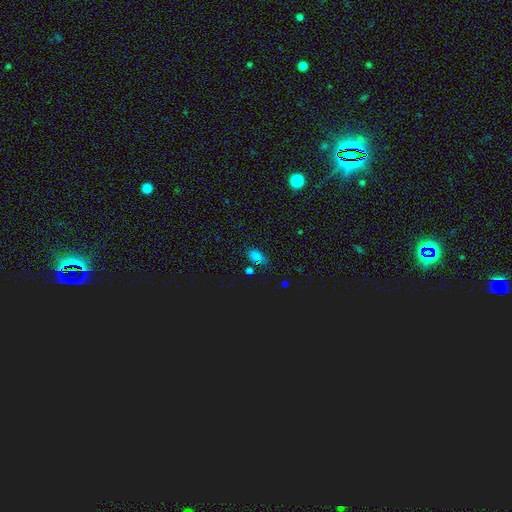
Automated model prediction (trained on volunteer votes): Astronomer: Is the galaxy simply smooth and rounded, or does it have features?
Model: smooth — 65%.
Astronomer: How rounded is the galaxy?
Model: in between — 84%.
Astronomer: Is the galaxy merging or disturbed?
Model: none — 67%.